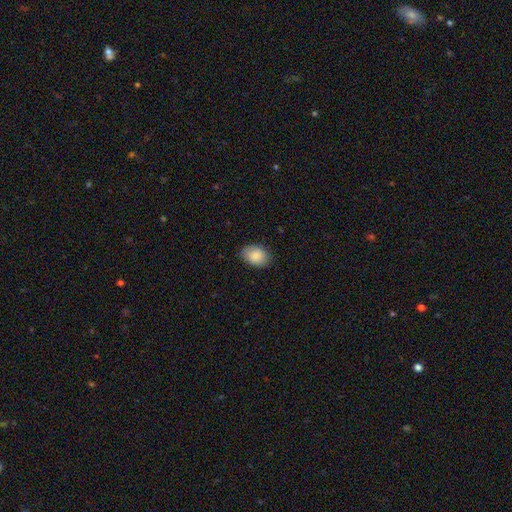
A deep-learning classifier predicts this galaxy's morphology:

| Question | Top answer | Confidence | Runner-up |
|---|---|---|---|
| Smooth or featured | smooth | 88% | star or artifact (7%) |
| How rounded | in between | 76% | round (23%) |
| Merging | none | 82% | minor disturbance (14%) |